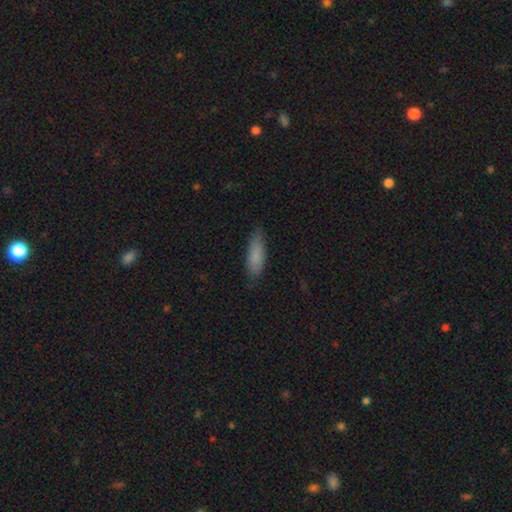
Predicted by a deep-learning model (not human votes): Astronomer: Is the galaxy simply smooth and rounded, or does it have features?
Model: smooth — 85%.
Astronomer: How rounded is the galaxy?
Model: cigar-shaped — 50% (runner-up: in between, 48%).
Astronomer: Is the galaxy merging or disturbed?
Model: none — 79%.